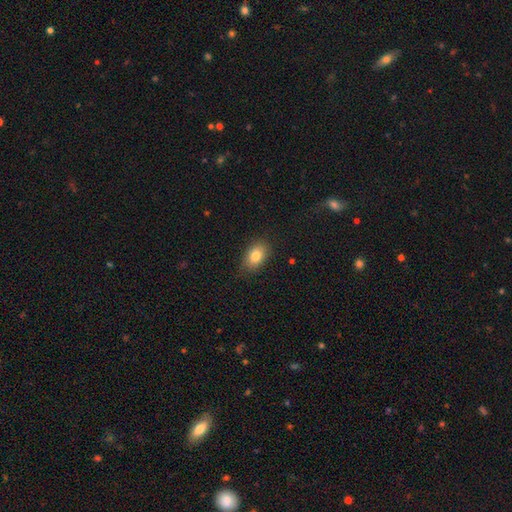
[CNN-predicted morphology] Smooth or featured?
  - smooth: 81% *
  - featured or disk: 10%
  - star or artifact: 9%
How rounded?
  - in between: 84% *
  - round: 14%
  - cigar-shaped: 2%
Merging?
  - none: 82% *
  - minor disturbance: 14%
  - major disturbance: 3%
  - merger: 1%